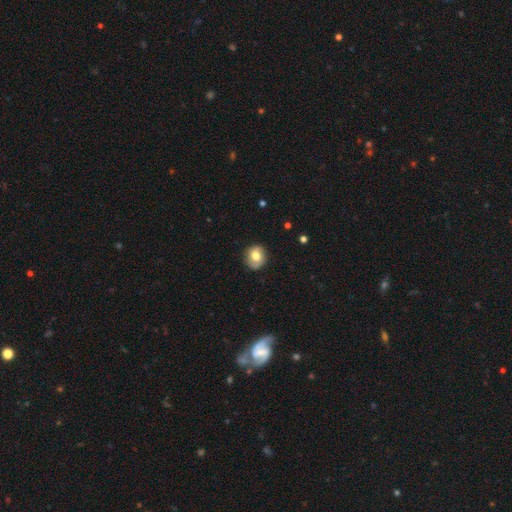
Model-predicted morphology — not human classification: smooth-or-featured: smooth: 68% | featured or disk: 23% | star or artifact: 8%
  how-rounded: round: 78% | in between: 21% | cigar-shaped: 1%
  merging: none: 81% | minor disturbance: 14% | major disturbance: 3% | merger: 1%